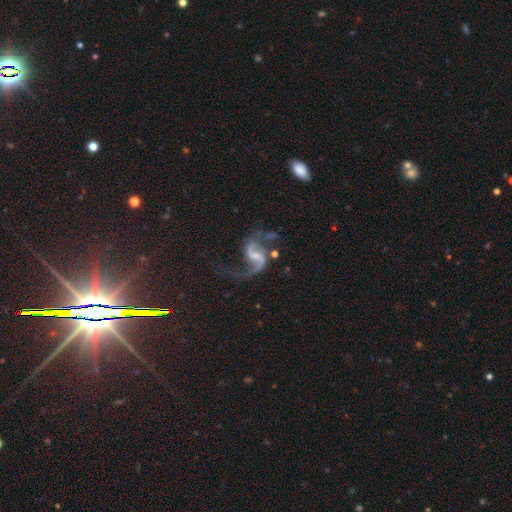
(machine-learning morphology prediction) This is clearly a featured or disk galaxy (90%). It is clearly not viewed edge-on (98%). Bar: possibly weak (51%). Spiral arm pattern: clearly yes (96%). Spiral arm count: clearly 2 (90%). Spiral winding: likely loose (75%). Central bulge: possibly small (52%). Merging: possibly none (51%).